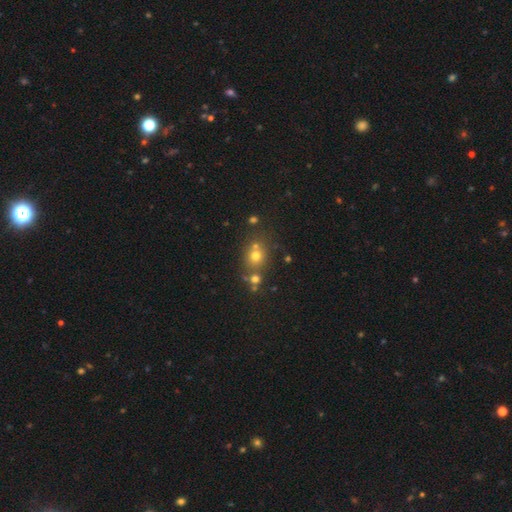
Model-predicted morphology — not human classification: The model was most divided on "merging": none: 57%, merger: 29%, minor disturbance: 9%, major disturbance: 4%. More confident: how rounded — round (79%); smooth or featured — smooth (65%).